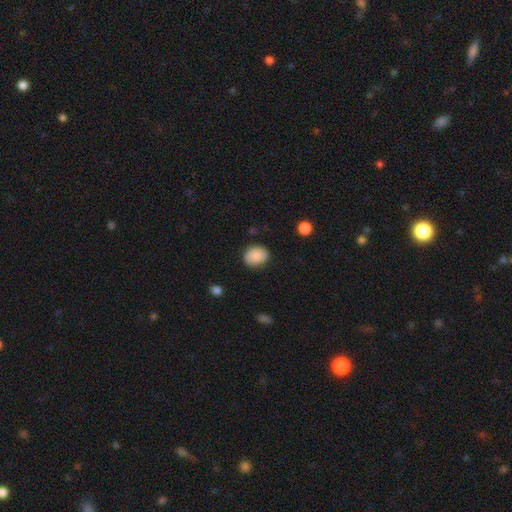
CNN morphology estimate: This is clearly a smooth galaxy (88%). How rounded: possibly round (52%). Merging: clearly none (82%).